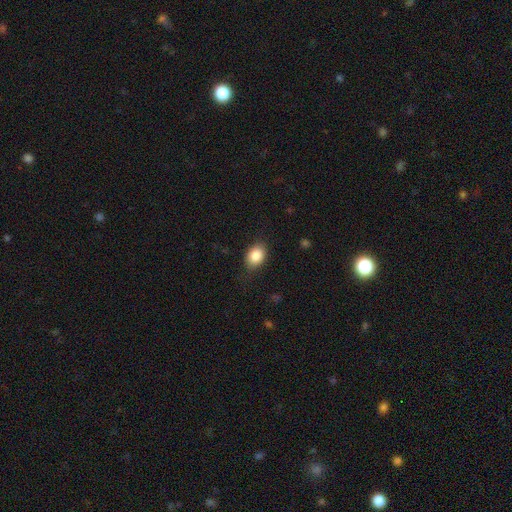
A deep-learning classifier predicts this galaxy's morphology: This is clearly a smooth galaxy (85%). How rounded: likely in between (72%). Merging: clearly none (81%).